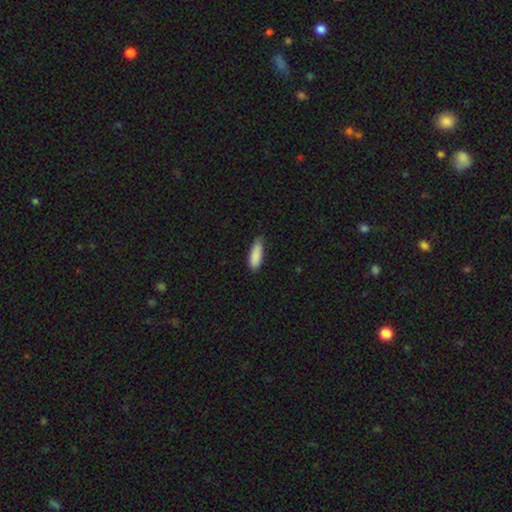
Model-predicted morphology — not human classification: Smooth or featured? Predicted: smooth (p=0.88). How rounded? Predicted: in between (p=0.58). Merging? Predicted: none (p=0.71).